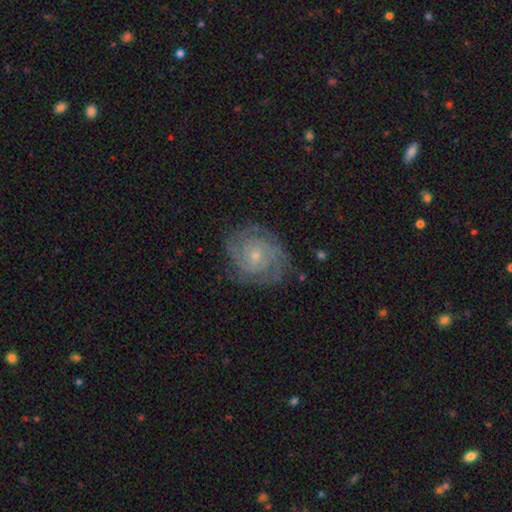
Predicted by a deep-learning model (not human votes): Smooth or featured? Predicted: featured or disk (p=0.84). Edge-on disk? Predicted: no (p=0.98). Bar? Predicted: no (p=0.75). Spiral arms? Predicted: yes (p=0.96). Spiral winding? Predicted: tight (p=0.70). Spiral arm count? Predicted: can't tell (p=0.28). Bulge size? Predicted: small (p=0.70). Merging? Predicted: none (p=0.77).